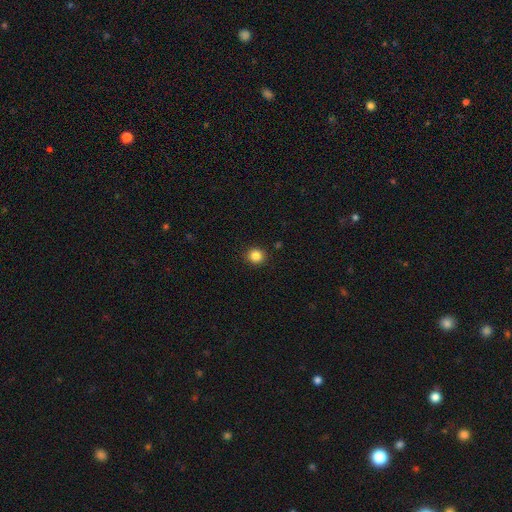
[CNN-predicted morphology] The model was most divided on "smooth or featured": smooth: 85%, star or artifact: 11%, featured or disk: 4%. More confident: merging — none (91%); how rounded — round (88%).